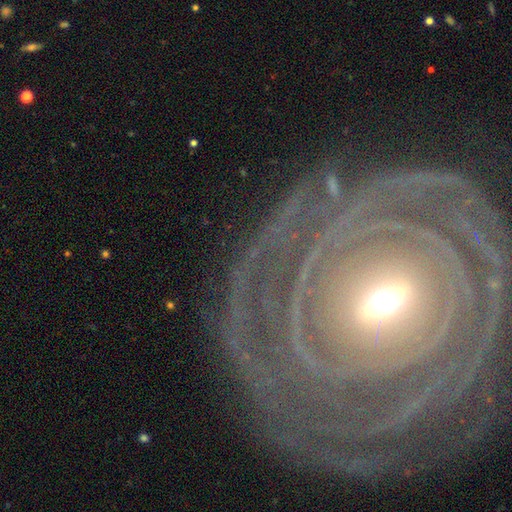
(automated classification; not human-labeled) Smooth or featured? featured or disk (87%)
Edge-on disk? no (95%)
Bar? strong (36%)
Spiral arms? yes (94%)
Spiral winding? tight (88%)
Spiral arm count? can't tell (28%)
Bulge size? moderate (55%)
Merging? none (80%)